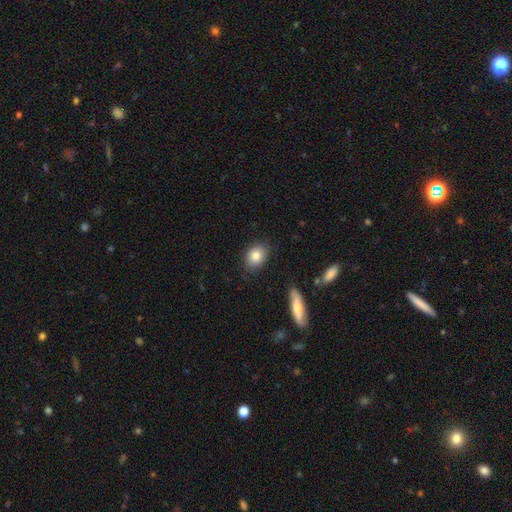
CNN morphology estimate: smooth_or_featured: smooth (p=0.82) [alt: featured or disk p=0.10]
how_rounded: in between (p=0.65) [alt: round p=0.33]
merging: none (p=0.84) [alt: minor disturbance p=0.12]